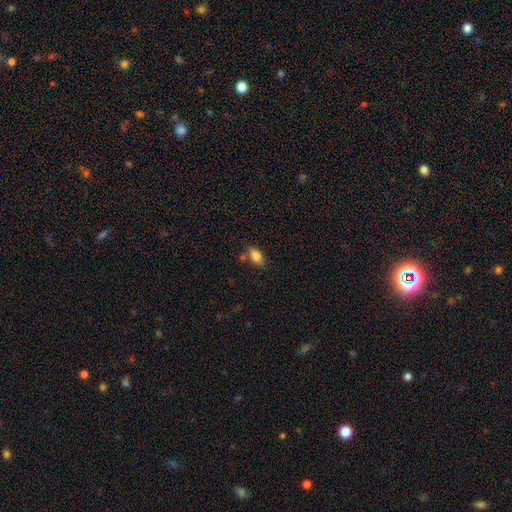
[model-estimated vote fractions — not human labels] Q: Smooth or featured?
A: smooth (82%); runner-up: featured or disk (10%)
Q: How rounded?
A: in between (90%); runner-up: cigar-shaped (6%)
Q: Merging?
A: none (71%); runner-up: minor disturbance (15%)